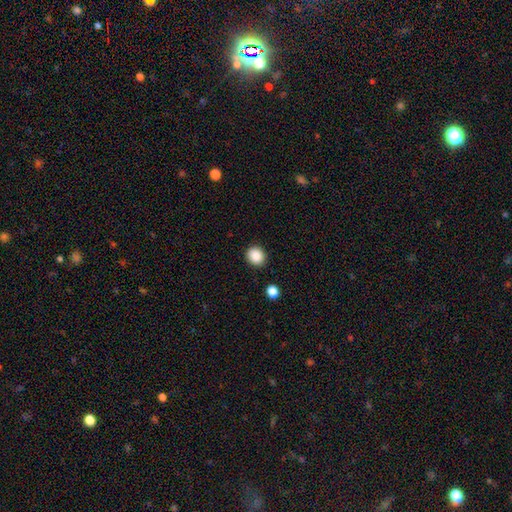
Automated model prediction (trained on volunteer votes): This is clearly a smooth galaxy (88%). How rounded: likely round (80%). Merging: clearly none (90%).